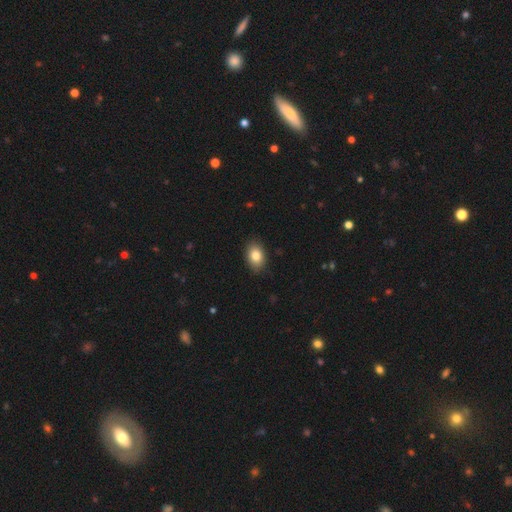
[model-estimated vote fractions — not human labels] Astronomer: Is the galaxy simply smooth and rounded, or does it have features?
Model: smooth — 83%.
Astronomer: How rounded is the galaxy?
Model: in between — 82%.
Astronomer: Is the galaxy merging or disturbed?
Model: none — 88%.